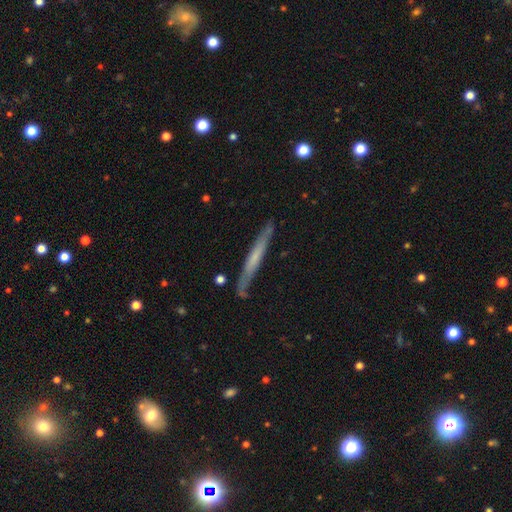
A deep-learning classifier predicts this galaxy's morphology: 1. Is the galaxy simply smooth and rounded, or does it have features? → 50% featured or disk, 45% smooth, 6% star or artifact.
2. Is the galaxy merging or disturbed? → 82% none, 14% minor disturbance, 3% major disturbance, 2% merger.